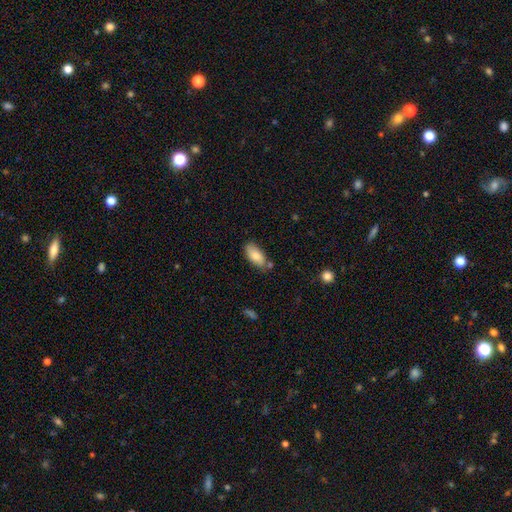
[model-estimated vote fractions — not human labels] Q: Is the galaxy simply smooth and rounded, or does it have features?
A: smooth — 81%.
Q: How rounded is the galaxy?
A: in between — 89%.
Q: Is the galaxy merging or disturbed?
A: none — 72%.